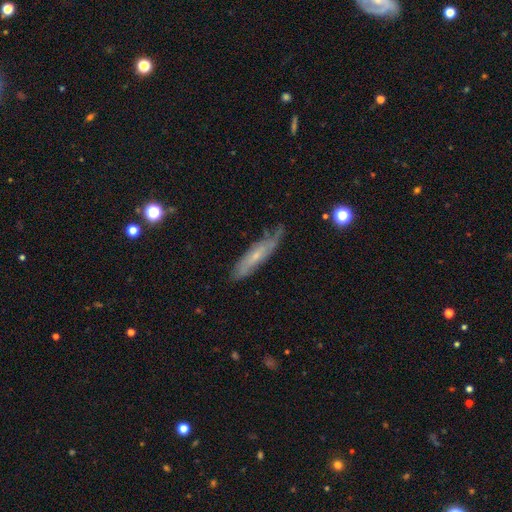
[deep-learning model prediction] Q: Smooth or featured?
A: featured or disk (53%); runner-up: smooth (40%)
Q: Edge-on disk?
A: yes (52%); runner-up: no (48%)
Q: Merging?
A: none (63%); runner-up: minor disturbance (28%)